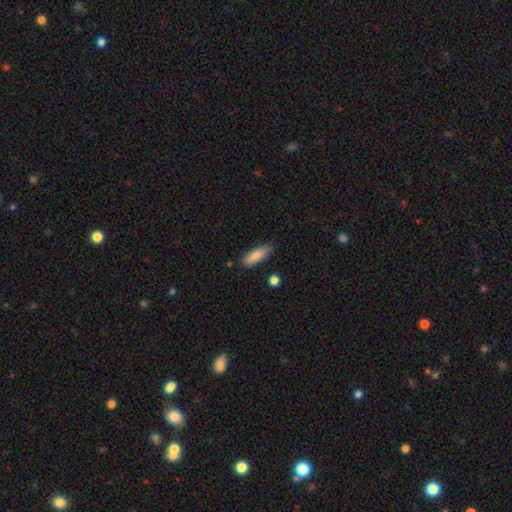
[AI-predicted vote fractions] Overall: smooth (86%). How rounded: in between (58%; cigar-shaped 40%). Merging: none (78%).